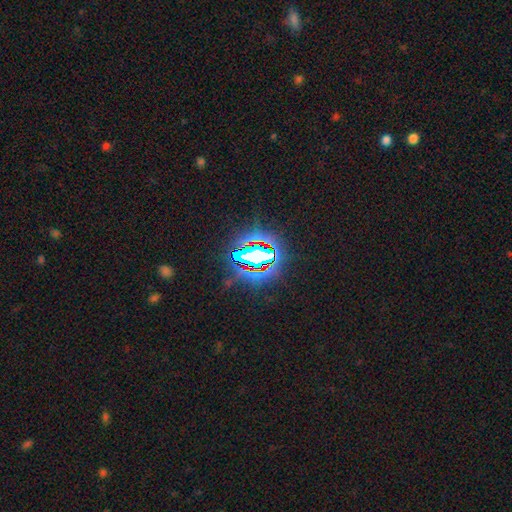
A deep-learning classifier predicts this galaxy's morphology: Q: Smooth or featured?
A: star or artifact (72%); runner-up: smooth (16%)